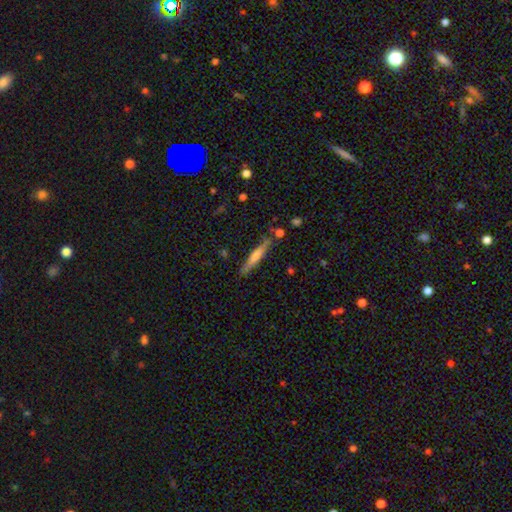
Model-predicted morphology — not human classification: type=featured or disk (47%); merging=none (83%).